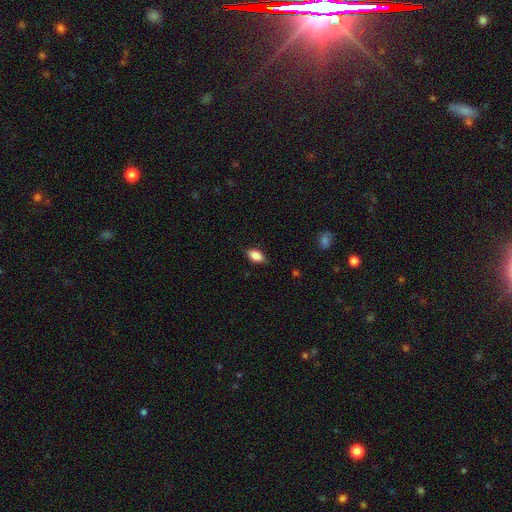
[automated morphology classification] Overall: smooth (82%). How rounded: in between (88%). Merging: none (80%).